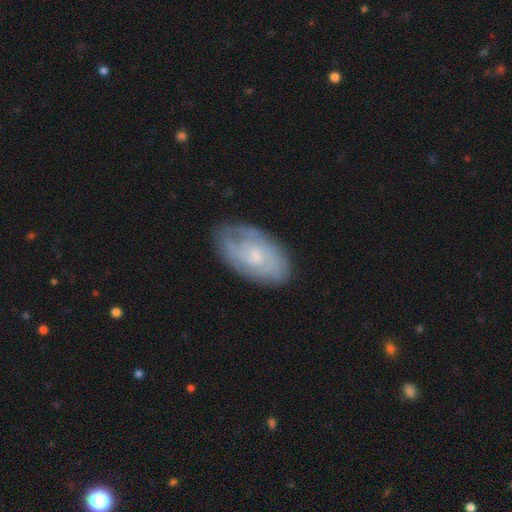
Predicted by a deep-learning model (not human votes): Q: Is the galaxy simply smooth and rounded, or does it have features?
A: featured or disk — 63%.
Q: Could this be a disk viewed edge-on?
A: no — 94%.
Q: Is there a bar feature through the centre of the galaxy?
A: no — 70%.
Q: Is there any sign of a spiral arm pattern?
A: yes — 79%.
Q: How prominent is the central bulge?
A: small — 54%.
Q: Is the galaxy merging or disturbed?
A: none — 76%.